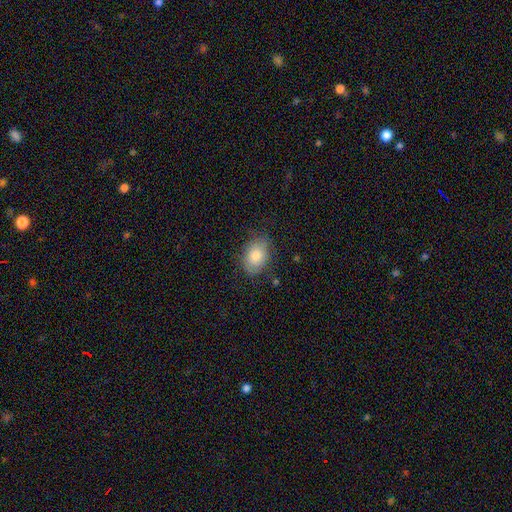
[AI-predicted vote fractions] A smooth galaxy with no disk features (79%) that is in between round and cigar-shaped (81%). Merging: none (76%).